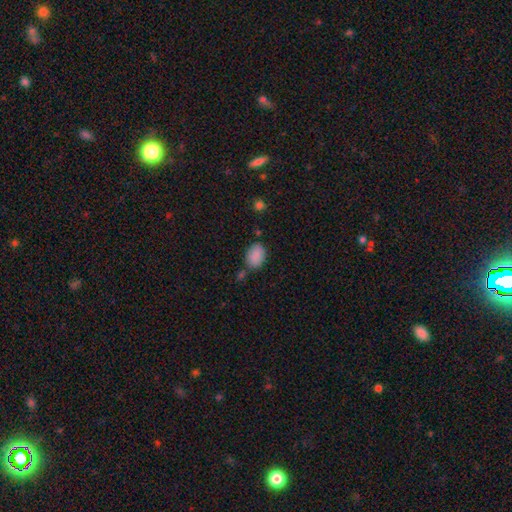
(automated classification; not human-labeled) The model was most divided on "merging": none: 70%, minor disturbance: 16%, merger: 9%, major disturbance: 4%. More confident: smooth or featured — smooth (88%); how rounded — in between (83%).